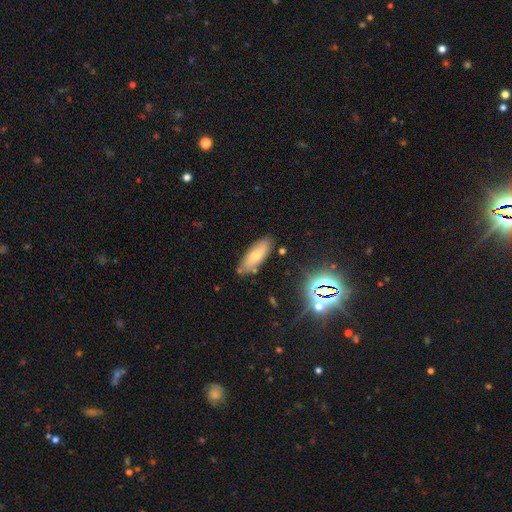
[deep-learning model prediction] This is possibly a smooth galaxy (54%). How rounded: likely in between (68%). Merging: clearly none (82%).